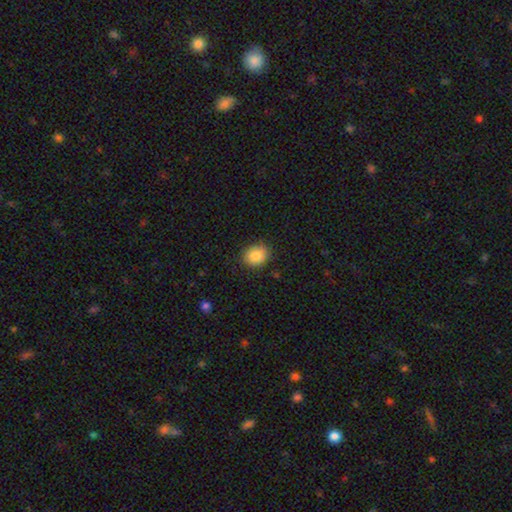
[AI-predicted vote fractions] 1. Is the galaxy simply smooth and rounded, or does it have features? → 86% smooth, 8% star or artifact, 5% featured or disk.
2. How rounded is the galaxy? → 61% round, 38% in between, 1% cigar-shaped.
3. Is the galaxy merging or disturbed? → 84% none, 12% minor disturbance, 3% major disturbance, 1% merger.